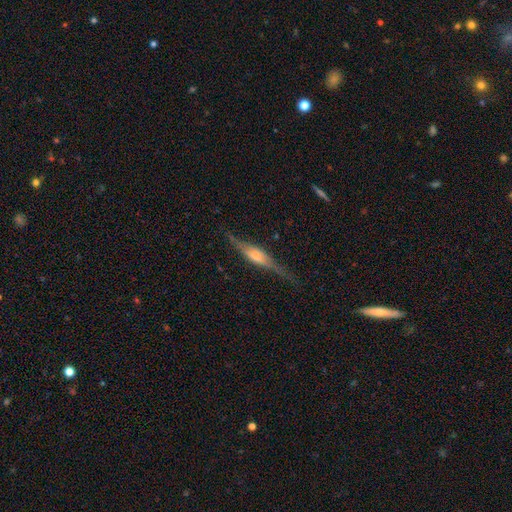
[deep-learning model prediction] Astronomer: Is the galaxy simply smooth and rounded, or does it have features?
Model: featured or disk — 78%.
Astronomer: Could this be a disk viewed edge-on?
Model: yes — 95%.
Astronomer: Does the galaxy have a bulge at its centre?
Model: rounded — 62%.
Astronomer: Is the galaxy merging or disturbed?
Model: none — 78%.